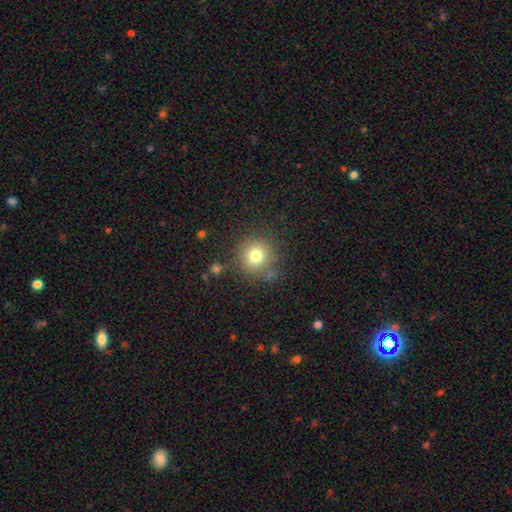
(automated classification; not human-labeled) This appears to be a smooth galaxy with no disk features (77%) that is round (93%). Merging: none (80%).